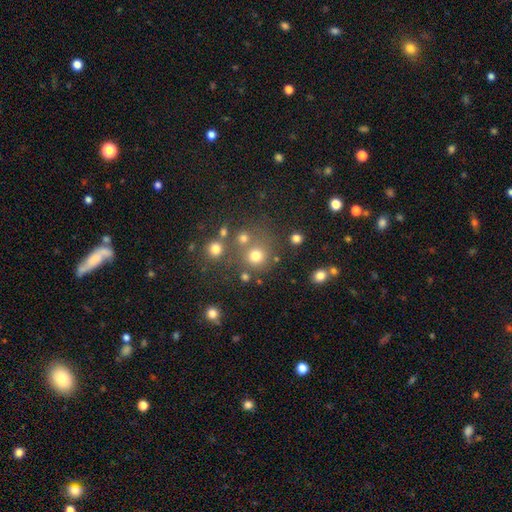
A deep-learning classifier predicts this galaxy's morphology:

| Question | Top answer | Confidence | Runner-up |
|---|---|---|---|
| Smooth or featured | smooth | 74% | star or artifact (18%) |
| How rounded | round | 91% | in between (8%) |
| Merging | none | 68% | merger (19%) |